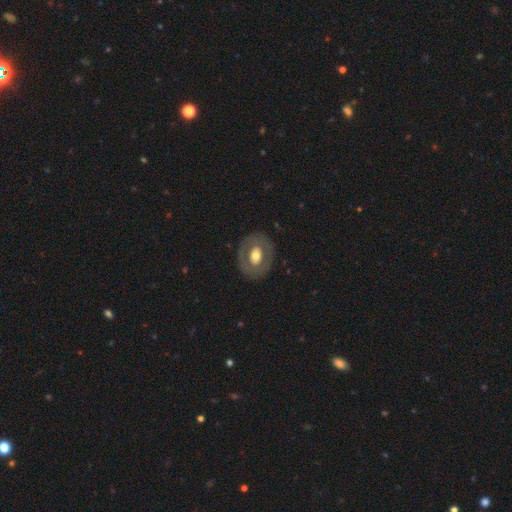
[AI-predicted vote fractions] The model was most divided on "smooth or featured": featured or disk: 48%, smooth: 47%, star or artifact: 6%. More confident: merging — none (82%).